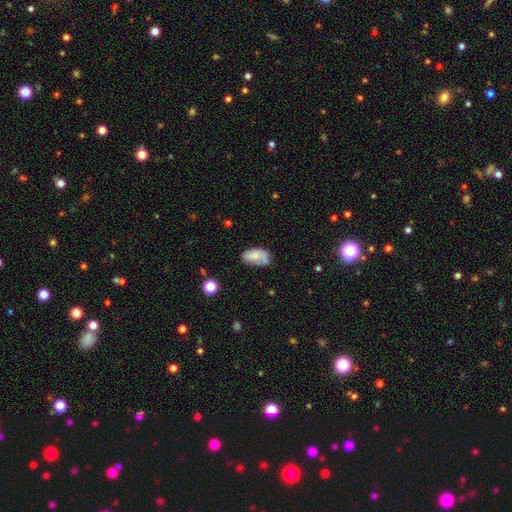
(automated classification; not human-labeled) Smooth or featured?
  - smooth: 65% *
  - featured or disk: 26%
  - star or artifact: 8%
How rounded?
  - in between: 92% *
  - round: 6%
  - cigar-shaped: 2%
Merging?
  - none: 47% *
  - minor disturbance: 30%
  - major disturbance: 13%
  - merger: 10%